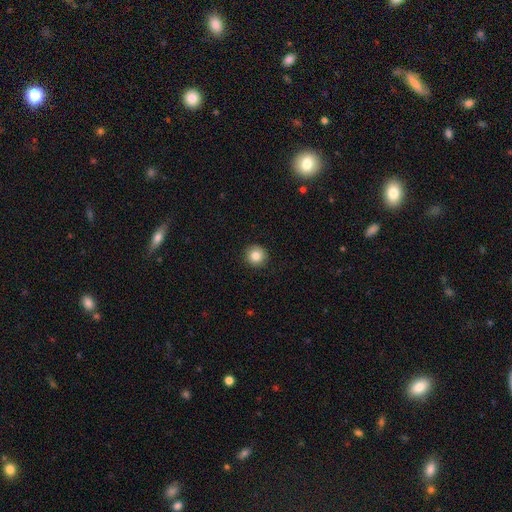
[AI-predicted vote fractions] This is clearly a smooth galaxy (85%). How rounded: clearly round (95%). Merging: clearly none (92%).